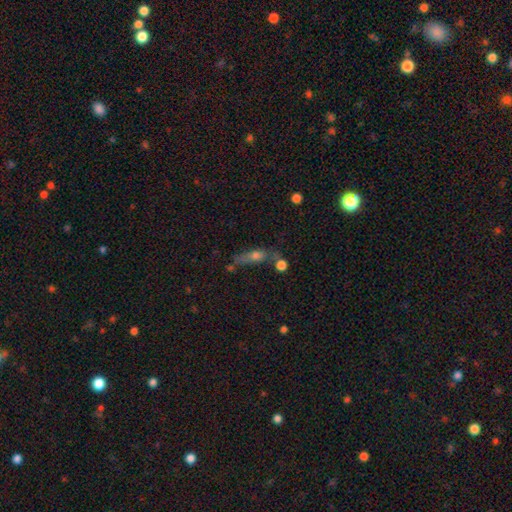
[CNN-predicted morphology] Q: Smooth or featured?
A: smooth (49%); runner-up: featured or disk (36%)
Q: Merging?
A: none (54%); runner-up: minor disturbance (19%)